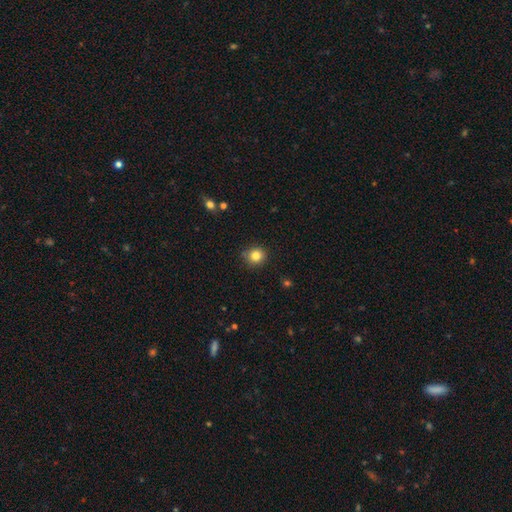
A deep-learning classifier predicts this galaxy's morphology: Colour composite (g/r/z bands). It shows a smooth galaxy with no disk features (83%) that is round (89%). Merging: none (87%).